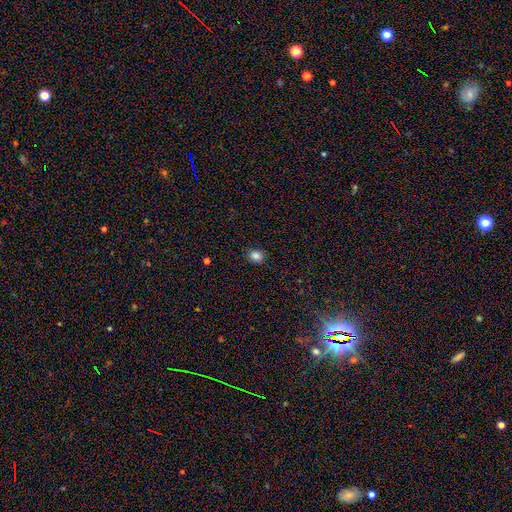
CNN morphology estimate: Smooth or featured? smooth (84%)
How rounded? round (67%)
Merging? none (88%)